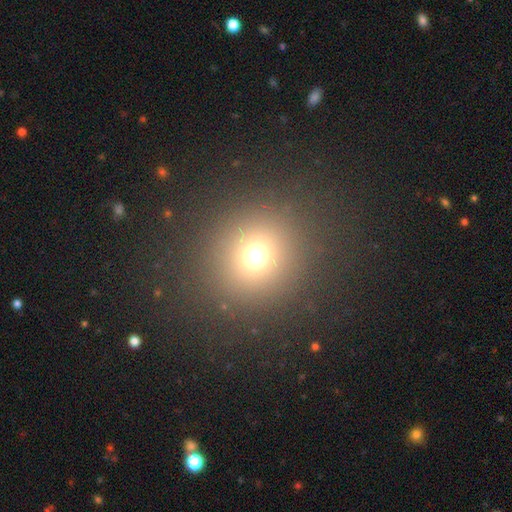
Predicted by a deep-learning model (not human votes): Overall: smooth (67%). How rounded: round (91%). Merging: none (86%).